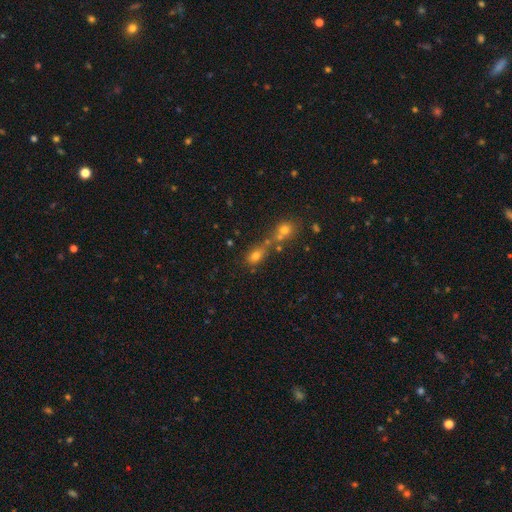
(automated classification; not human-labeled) Smooth or featured? Predicted: smooth (p=0.72). How rounded? Predicted: in between (p=0.67). Merging? Predicted: none (p=0.41).